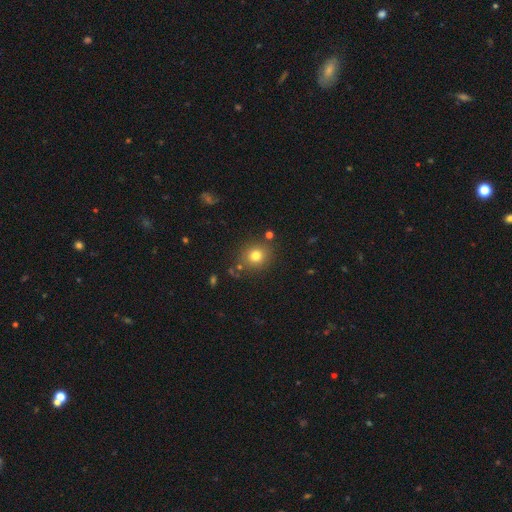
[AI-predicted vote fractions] smooth_or_featured: smooth (p=0.77) [alt: star or artifact p=0.14]
how_rounded: round (p=0.84) [alt: in between p=0.15]
merging: none (p=0.83) [alt: minor disturbance p=0.09]